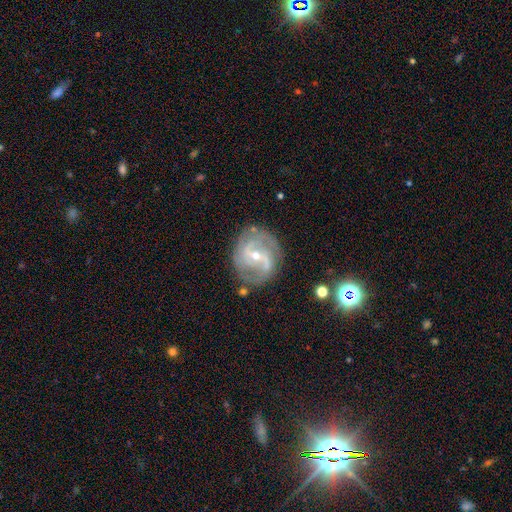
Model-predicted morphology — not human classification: Smooth or featured? featured or disk (88%)
Edge-on disk? no (97%)
Bar? weak (47%)
Spiral arms? yes (96%)
Spiral winding? medium (51%)
Spiral arm count? 2 (69%)
Bulge size? small (61%)
Merging? none (75%)